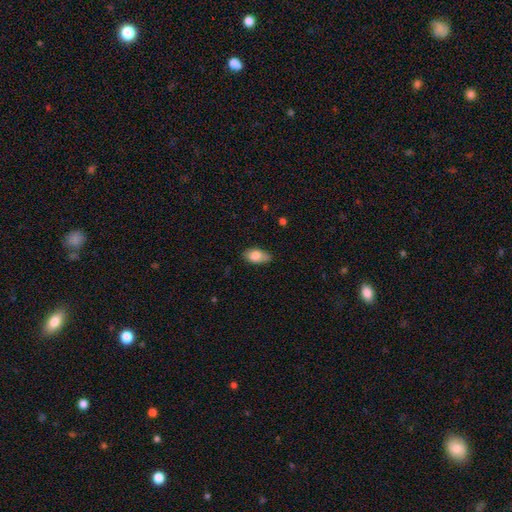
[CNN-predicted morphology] Smooth or featured?
  - smooth: 81% *
  - featured or disk: 12%
  - star or artifact: 7%
How rounded?
  - in between: 91% *
  - round: 5%
  - cigar-shaped: 4%
Merging?
  - none: 69% *
  - minor disturbance: 25%
  - major disturbance: 4%
  - merger: 2%